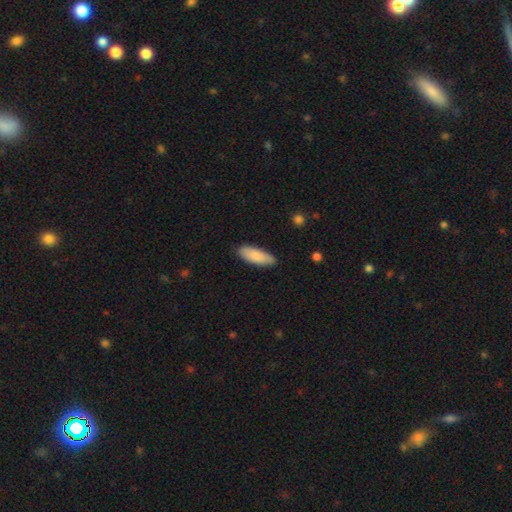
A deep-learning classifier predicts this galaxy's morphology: smooth_or_featured: smooth (p=0.86) [alt: featured or disk p=0.08]
how_rounded: in between (p=0.68) [alt: cigar-shaped p=0.31]
merging: none (p=0.84) [alt: minor disturbance p=0.13]